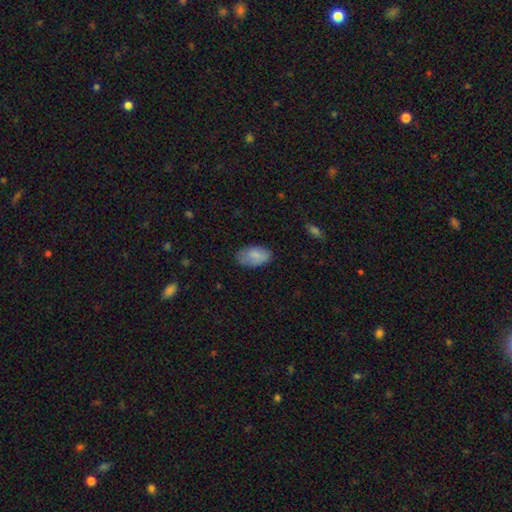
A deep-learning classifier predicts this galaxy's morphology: This appears to be a smooth galaxy with no disk features (82%) that is in between round and cigar-shaped (94%). Merging: none (73%).